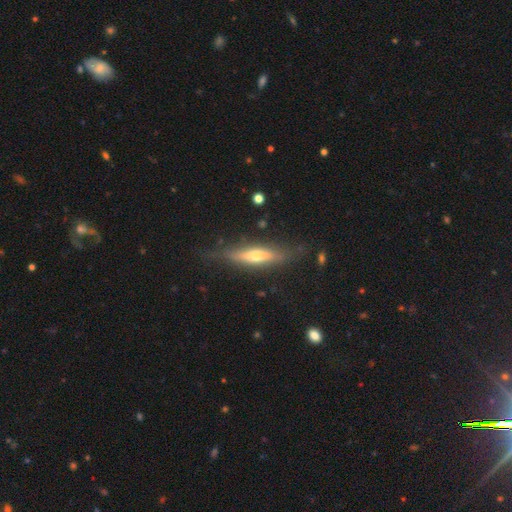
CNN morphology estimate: This appears to be a featured or disk galaxy (59%) viewed edge-on (89%) with a rounded central bulge (77%). Merging: none (76%).